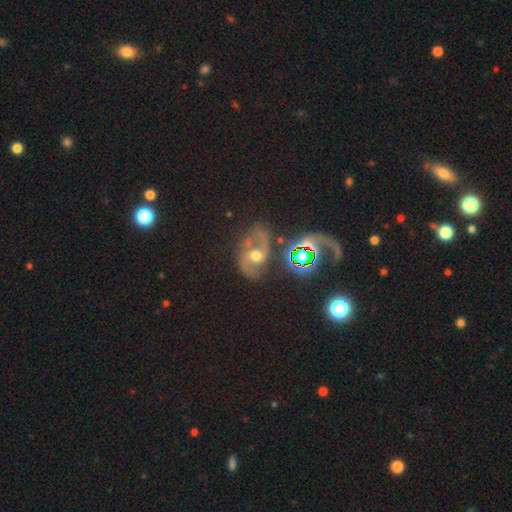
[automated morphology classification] Overall: featured or disk (72%). Edge-on disk: no (97%). Bar: no (55%; weak 33%). Spiral arms: yes (90%). Spiral arm count: 2 (89%). Spiral winding: medium (45%; loose 42%). Bulge size: moderate (71%). Merging: none (61%).